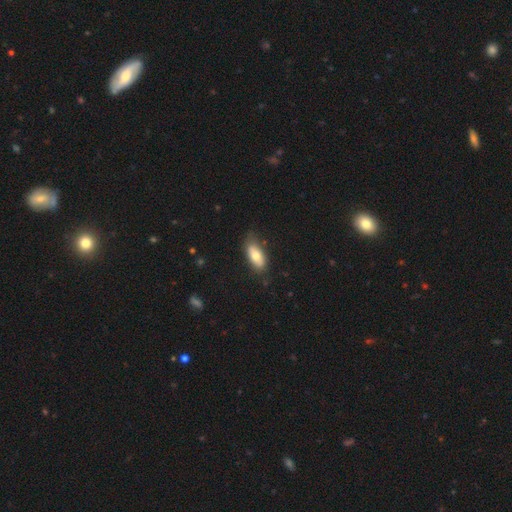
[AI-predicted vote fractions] smooth_or_featured: smooth (p=0.73) [alt: featured or disk p=0.21]
how_rounded: in between (p=0.85) [alt: cigar-shaped p=0.13]
merging: none (p=0.73) [alt: minor disturbance p=0.21]